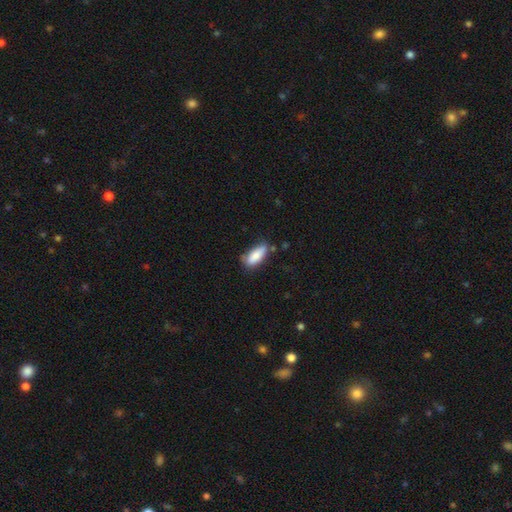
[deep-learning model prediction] smooth-or-featured: smooth: 85% | featured or disk: 8% | star or artifact: 7%
  how-rounded: in between: 76% | cigar-shaped: 21% | round: 2%
  merging: none: 63% | minor disturbance: 27% | major disturbance: 6% | merger: 4%